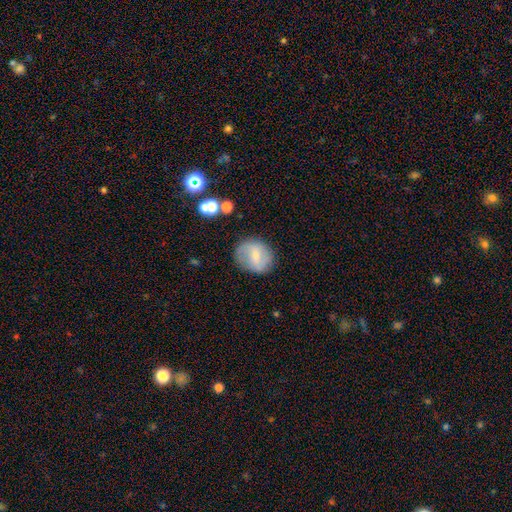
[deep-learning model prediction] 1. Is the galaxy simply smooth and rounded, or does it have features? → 47% smooth, 44% featured or disk, 9% star or artifact.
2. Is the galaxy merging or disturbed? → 78% none, 15% minor disturbance, 5% major disturbance, 2% merger.